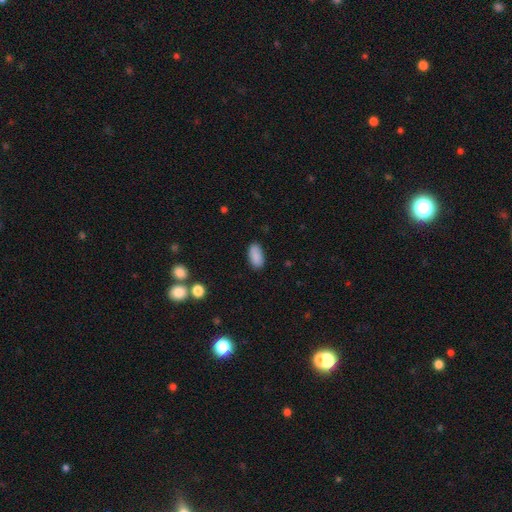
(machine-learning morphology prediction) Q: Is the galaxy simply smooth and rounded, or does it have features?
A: smooth — 89%.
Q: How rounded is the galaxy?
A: in between — 92%.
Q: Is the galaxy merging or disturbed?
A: none — 87%.